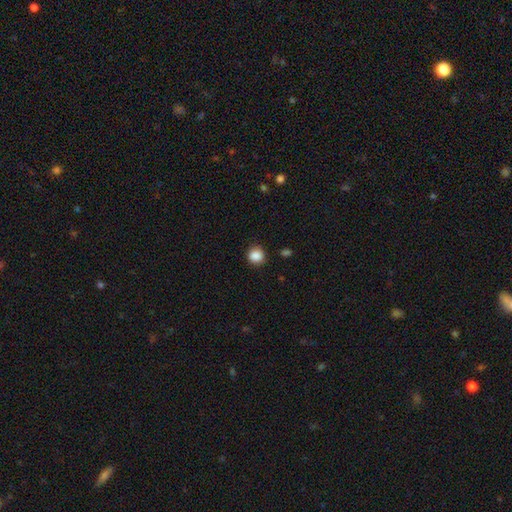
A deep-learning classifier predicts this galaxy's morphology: A smooth galaxy with no disk features (88%) that is round (88%).

Vote fractions:
- Smooth or featured? smooth: 88% / star or artifact: 10% / featured or disk: 3%
- How rounded? round: 88% / in between: 11% / cigar-shaped: 1%
- Merging? none: 86% / minor disturbance: 10% / major disturbance: 3% / merger: 2%